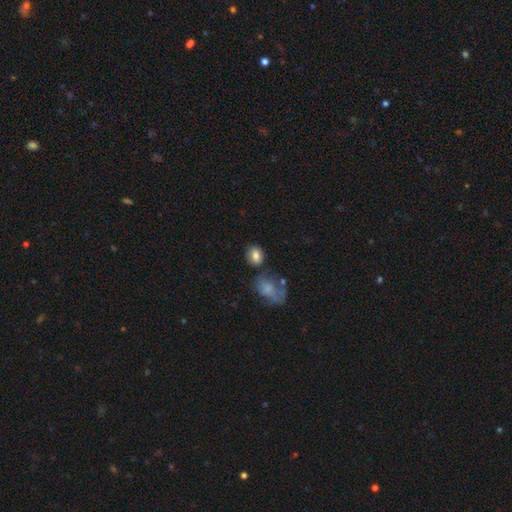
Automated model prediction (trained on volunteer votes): Smooth or featured: smooth — 82% (star or artifact — 10%)
How rounded: in between — 51% (round — 47%)
Merging: none — 72% (minor disturbance — 14%)